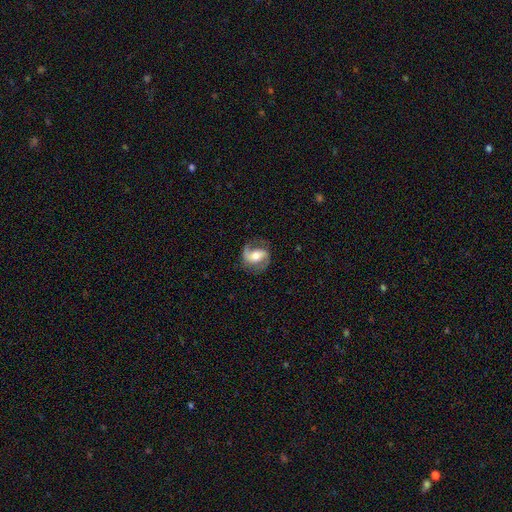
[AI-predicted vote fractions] Smooth or featured?
  - featured or disk: 82% *
  - smooth: 12%
  - star or artifact: 6%
Edge-on disk?
  - no: 97% *
  - yes: 3%
Bar?
  - weak: 40% *
  - no: 35%
  - strong: 26%
Spiral arms?
  - yes: 95% *
  - no: 5%
Spiral winding?
  - medium: 49% *
  - loose: 34%
  - tight: 17%
Spiral arm count?
  - 2: 88% *
  - 1: 6%
  - can't tell: 3%
  - 3: 1%
  - 4: 1%
  - more than 4: 1%
Bulge size?
  - moderate: 62% *
  - small: 18%
  - large: 16%
  - none: 2%
  - dominant: 2%
Merging?
  - none: 77% *
  - minor disturbance: 14%
  - major disturbance: 7%
  - merger: 1%